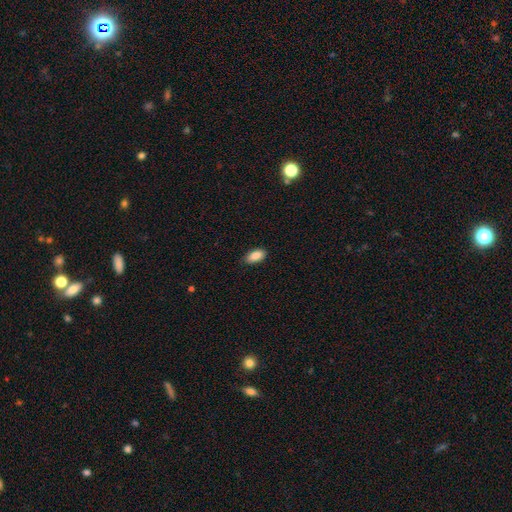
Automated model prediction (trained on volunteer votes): smooth 88%, star or artifact 7%, featured or disk 5%. Down the decision tree: how rounded — in between (93%); merging — none (85%).